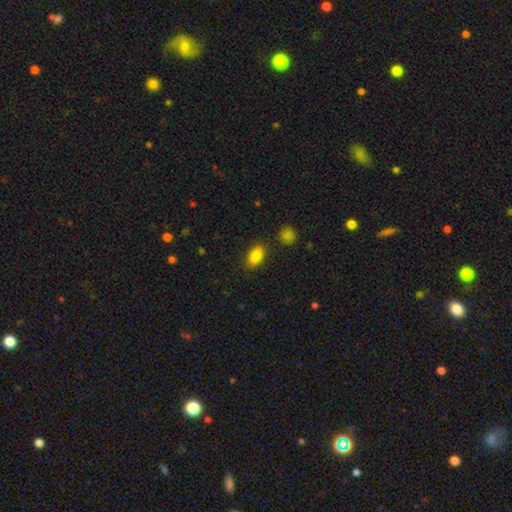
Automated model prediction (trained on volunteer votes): smooth_or_featured: smooth (p=0.84) [alt: star or artifact p=0.08]
how_rounded: in between (p=0.88) [alt: round p=0.08]
merging: none (p=0.86) [alt: minor disturbance p=0.10]